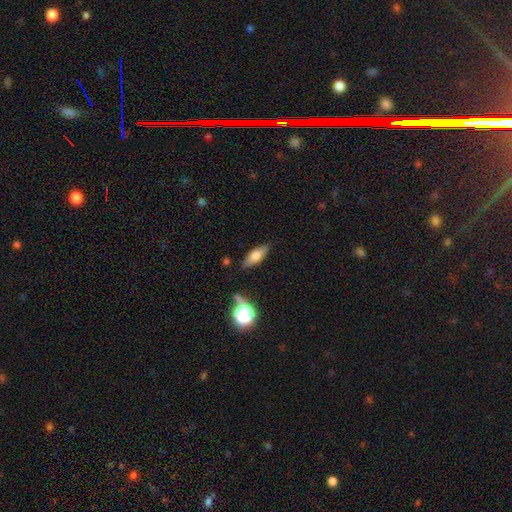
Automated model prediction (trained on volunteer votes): This appears to be a smooth galaxy with no disk features (57%) that is in between round and cigar-shaped (58%). Merging: none (81%).